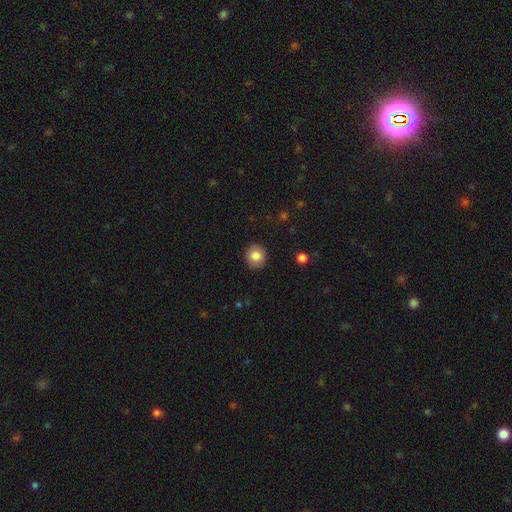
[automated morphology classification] Smooth or featured: smooth — 84% (star or artifact — 9%)
How rounded: round — 88% (in between — 11%)
Merging: none — 91% (minor disturbance — 7%)